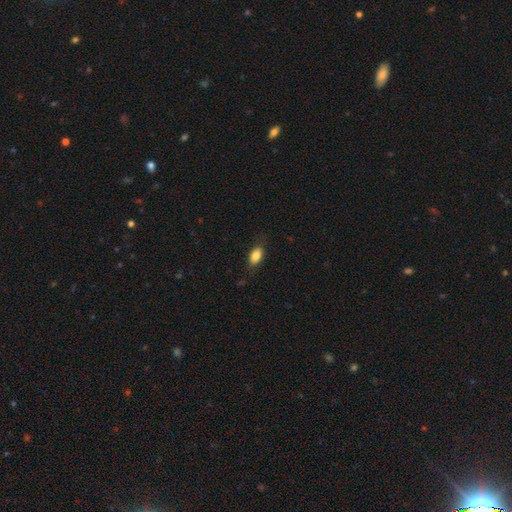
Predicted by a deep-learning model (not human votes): Smooth or featured? Predicted: smooth (p=0.84). How rounded? Predicted: in between (p=0.89). Merging? Predicted: none (p=0.79).